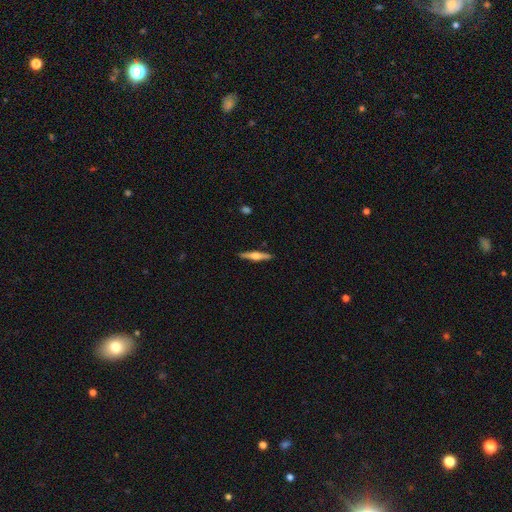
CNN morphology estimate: featured or disk 67%, smooth 28%, star or artifact 5%. Down the decision tree: edge-on disk — yes (98%); edge-on bulge — rounded (87%); merging — none (90%).